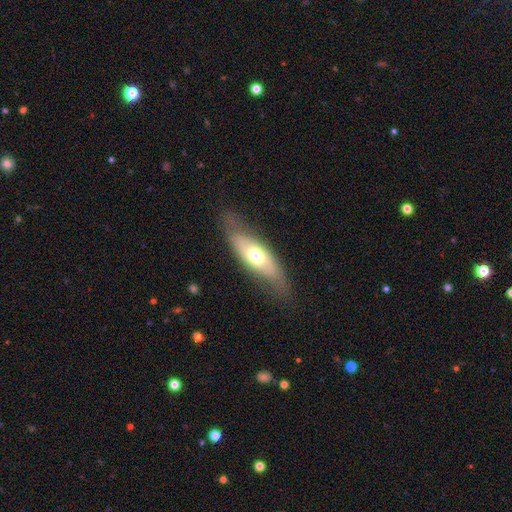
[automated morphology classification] Q: Smooth or featured?
A: smooth (49%); runner-up: featured or disk (45%)
Q: Merging?
A: none (73%); runner-up: minor disturbance (19%)